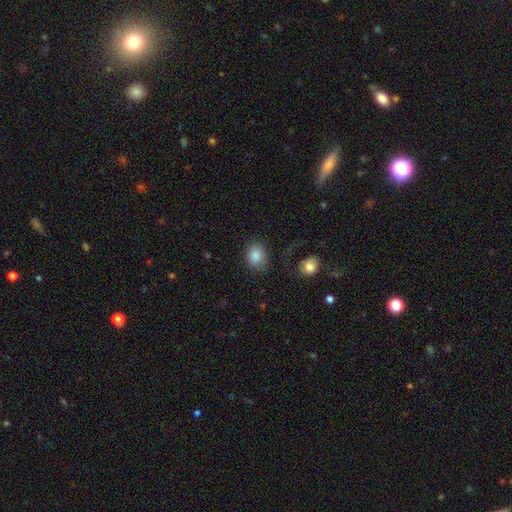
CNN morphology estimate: smooth_or_featured: smooth (p=0.86) [alt: star or artifact p=0.08]
how_rounded: in between (p=0.51) [alt: round p=0.48]
merging: none (p=0.78) [alt: minor disturbance p=0.13]